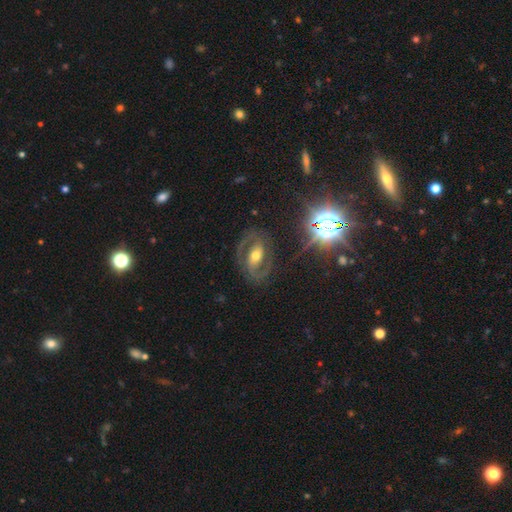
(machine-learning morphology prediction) smooth-or-featured: featured or disk: 78% | smooth: 11% | star or artifact: 11%
  disk-edge-on: no: 96% | yes: 4%
    bar: strong: 37% | weak: 34% | no: 29%
    has-spiral-arms: yes: 89% | no: 11%
      spiral-winding: medium: 55% | tight: 28% | loose: 17%
      spiral-arm-count: 2: 89% | can't tell: 5% | 1: 3% | 3: 2% | 4: 1% | more than 4: 1%
    bulge-size: moderate: 65% | small: 22% | large: 10% | dominant: 2% | none: 1%
  merging: none: 76% | minor disturbance: 13% | major disturbance: 9% | merger: 2%